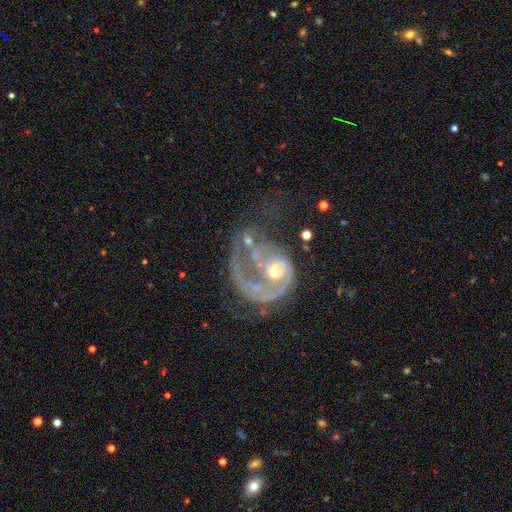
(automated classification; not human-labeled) Q: Smooth or featured?
A: featured or disk (84%); runner-up: smooth (10%)
Q: Edge-on disk?
A: no (98%); runner-up: yes (2%)
Q: Bar?
A: no (69%); runner-up: weak (25%)
Q: Spiral arms?
A: yes (82%); runner-up: no (18%)
Q: Spiral winding?
A: medium (36%); runner-up: loose (34%)
Q: Spiral arm count?
A: 1 (67%); runner-up: 2 (15%)
Q: Bulge size?
A: moderate (58%); runner-up: small (31%)
Q: Merging?
A: major disturbance (44%); runner-up: none (24%)